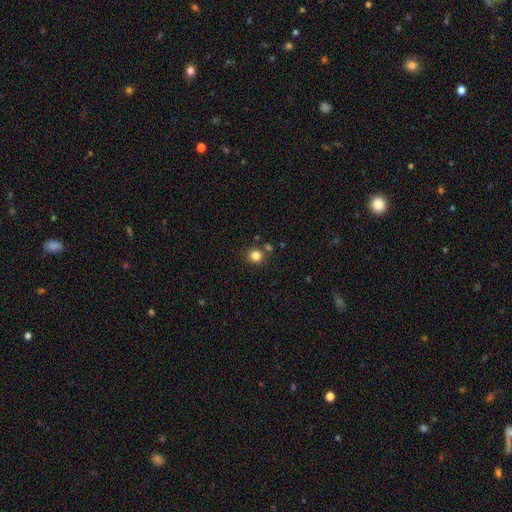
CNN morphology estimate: Smooth or featured? smooth (83%)
How rounded? round (88%)
Merging? none (80%)